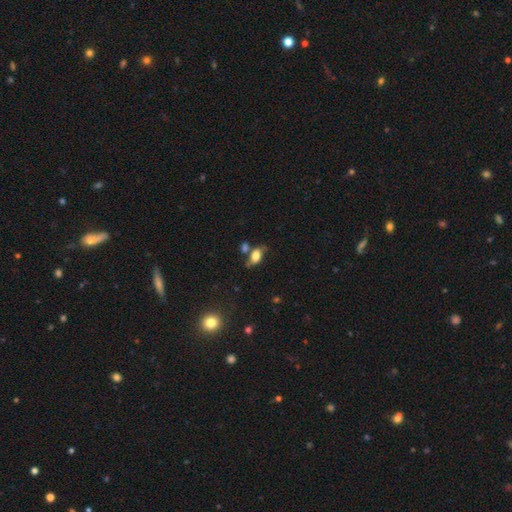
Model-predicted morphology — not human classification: Smooth or featured: smooth — 73% (featured or disk — 16%)
How rounded: in between — 86% (round — 9%)
Merging: none — 52% (merger — 20%)